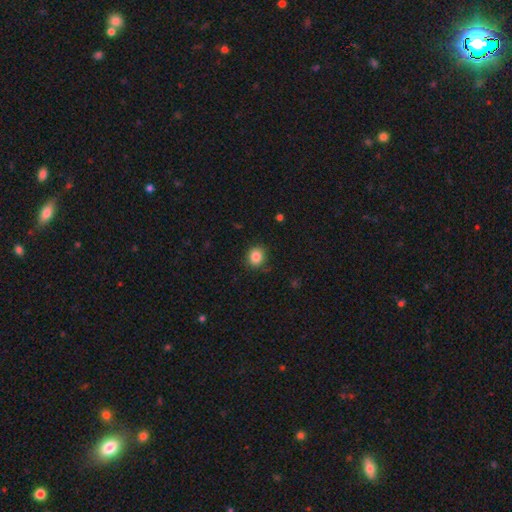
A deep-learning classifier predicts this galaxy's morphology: Smooth or featured? smooth (85%)
How rounded? round (75%)
Merging? none (84%)